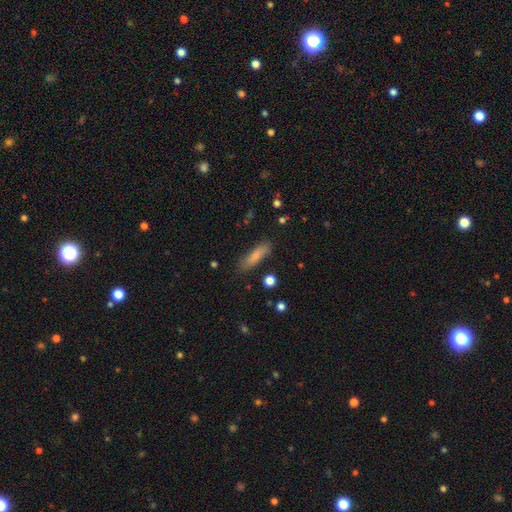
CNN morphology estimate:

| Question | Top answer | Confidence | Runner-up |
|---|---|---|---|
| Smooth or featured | smooth | 79% | featured or disk (13%) |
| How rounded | cigar-shaped | 67% | in between (31%) |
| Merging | none | 83% | minor disturbance (12%) |